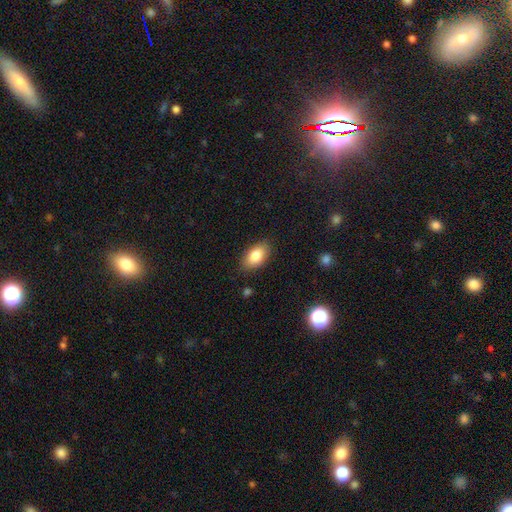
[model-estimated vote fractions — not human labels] Overall: smooth (83%). How rounded: in between (92%). Merging: none (84%).